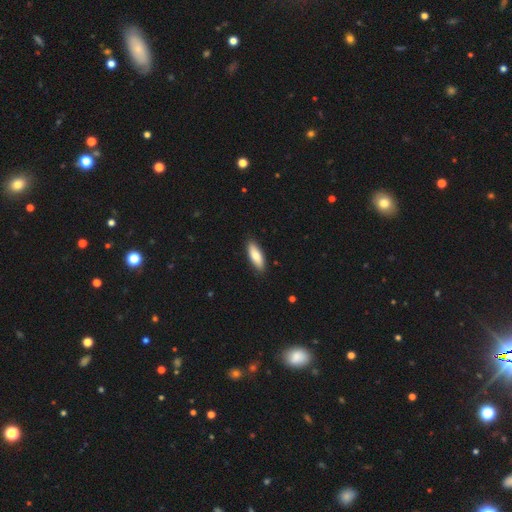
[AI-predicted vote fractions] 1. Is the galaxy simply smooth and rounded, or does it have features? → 80% smooth, 14% featured or disk, 5% star or artifact.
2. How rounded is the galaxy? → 65% in between, 33% cigar-shaped, 2% round.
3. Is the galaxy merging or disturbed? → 88% none, 9% minor disturbance, 2% major disturbance, 1% merger.